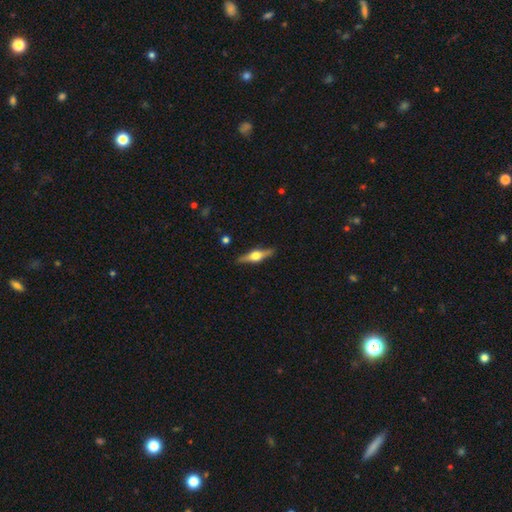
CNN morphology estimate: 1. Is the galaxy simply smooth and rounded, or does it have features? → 76% featured or disk, 19% smooth, 5% star or artifact.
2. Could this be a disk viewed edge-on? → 97% yes, 3% no.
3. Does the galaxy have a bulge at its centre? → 93% rounded, 5% boxy, 1% none.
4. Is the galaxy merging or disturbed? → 89% none, 8% minor disturbance, 2% major disturbance, 1% merger.